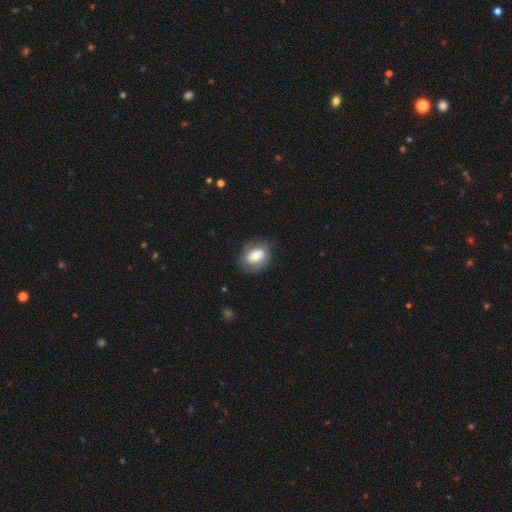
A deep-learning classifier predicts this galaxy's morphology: Smooth or featured: smooth — 62% (featured or disk — 31%)
How rounded: in between — 66% (round — 33%)
Merging: none — 72% (minor disturbance — 19%)